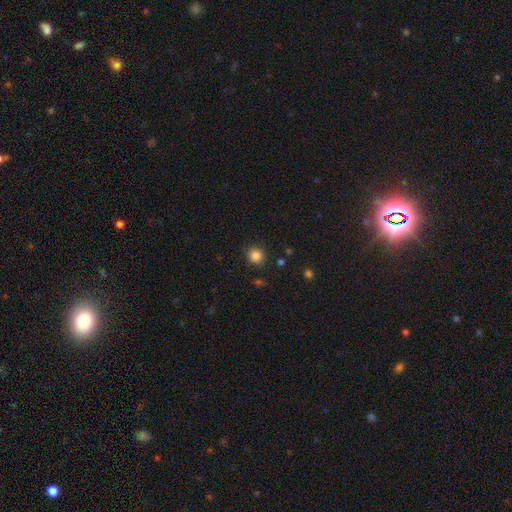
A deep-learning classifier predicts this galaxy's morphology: Overall: smooth (84%). How rounded: round (92%). Merging: none (90%).